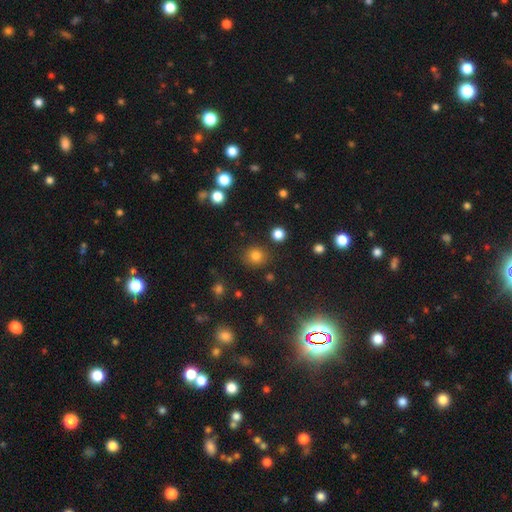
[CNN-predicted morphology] A smooth galaxy with no disk features (80%) that is round (86%). Merging: none (86%).